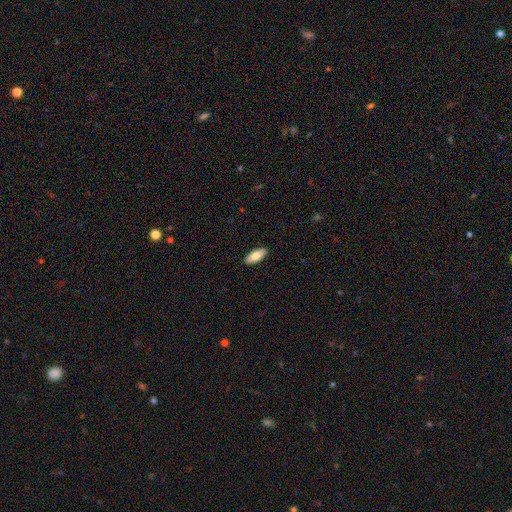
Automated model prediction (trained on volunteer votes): Smooth or featured?
  - smooth: 81% *
  - featured or disk: 13%
  - star or artifact: 6%
How rounded?
  - in between: 80% *
  - cigar-shaped: 18%
  - round: 2%
Merging?
  - none: 90% *
  - minor disturbance: 7%
  - major disturbance: 2%
  - merger: 1%